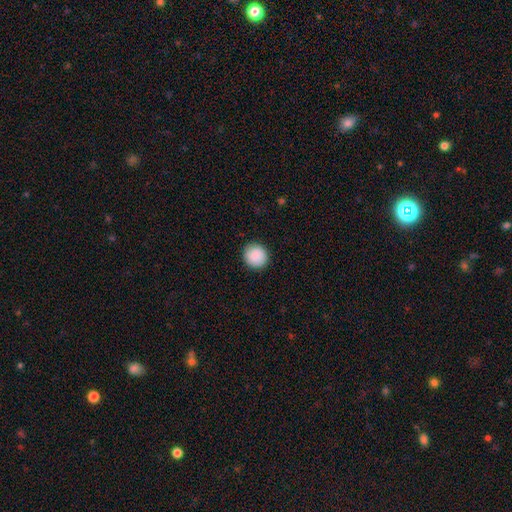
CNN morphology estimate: This appears to be a smooth galaxy with no disk features (90%) that is round (92%). Merging: none (91%).